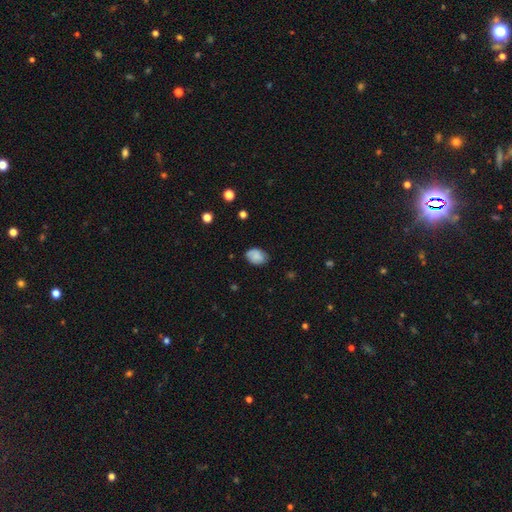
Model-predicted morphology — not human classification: This appears to be a smooth galaxy with no disk features (78%) that is in between round and cigar-shaped (79%). Merging: none (73%).